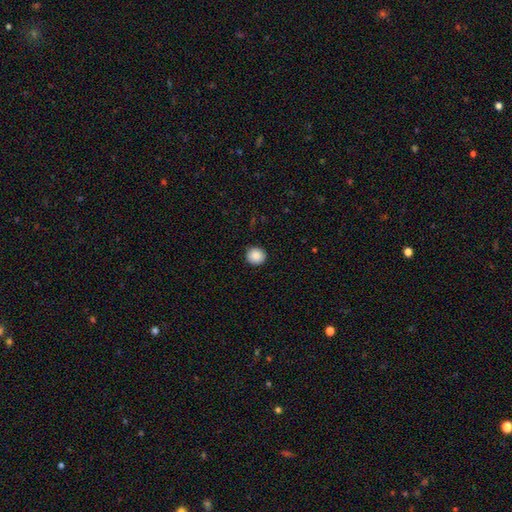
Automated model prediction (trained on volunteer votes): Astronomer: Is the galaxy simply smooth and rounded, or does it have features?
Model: smooth — 89%.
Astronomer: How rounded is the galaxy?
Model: round — 92%.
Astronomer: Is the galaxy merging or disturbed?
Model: none — 92%.